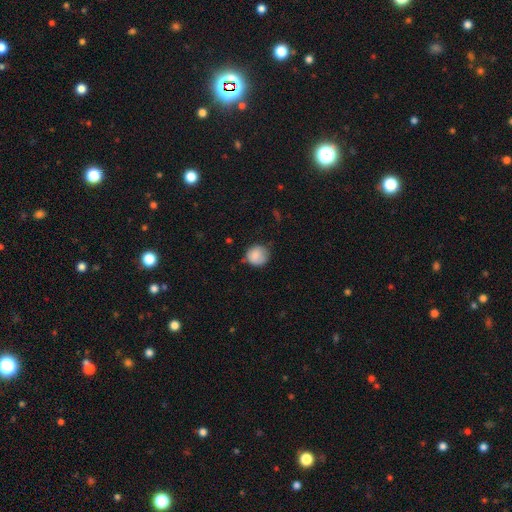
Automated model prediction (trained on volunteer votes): This appears to be a smooth galaxy with no disk features (84%) that is round (87%). Merging: none (65%).